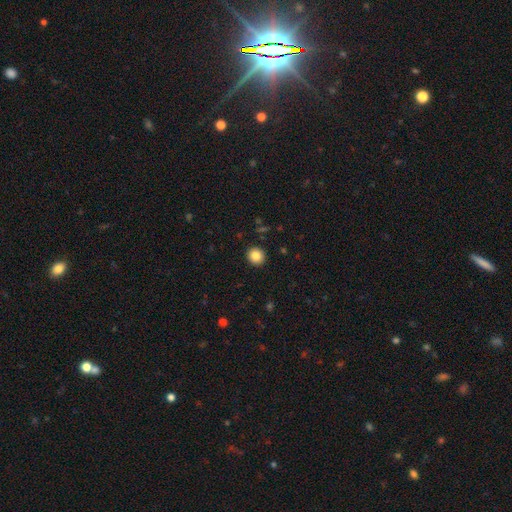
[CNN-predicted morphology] The model was most divided on "smooth or featured": smooth: 85%, star or artifact: 10%, featured or disk: 5%. More confident: merging — none (92%); how rounded — round (89%).